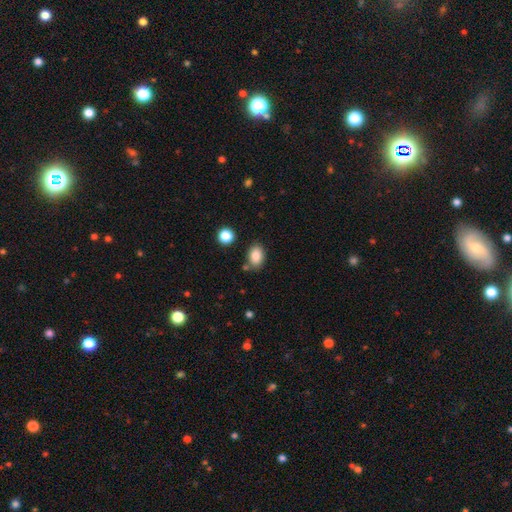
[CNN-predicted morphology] The model was most divided on "how rounded": in between: 80%, round: 19%, cigar-shaped: 1%. More confident: smooth or featured — smooth (85%); merging — none (77%).